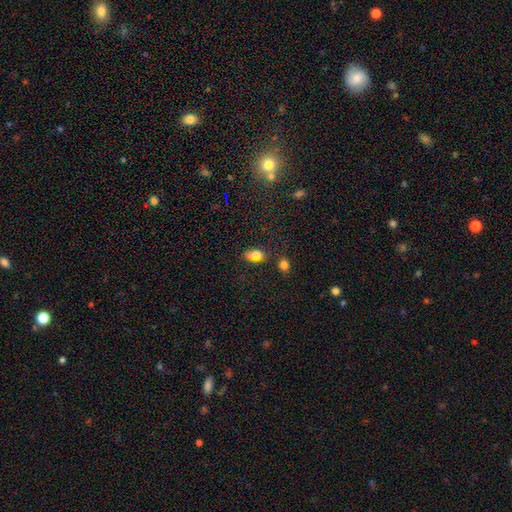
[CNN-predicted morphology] type=smooth (78%); roundness=in between (84%); merging=none (66%).